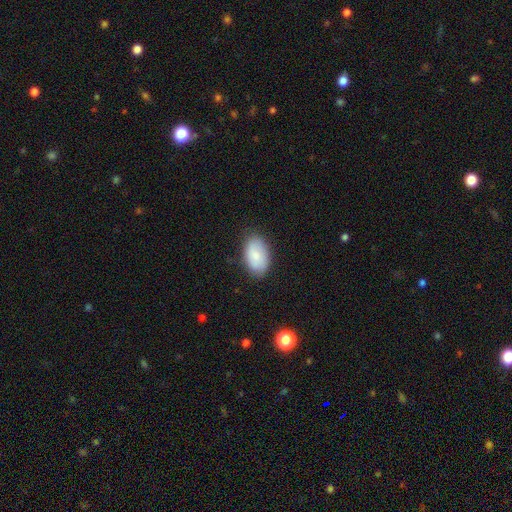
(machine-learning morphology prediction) type=smooth (77%); roundness=in between (92%); merging=none (80%).